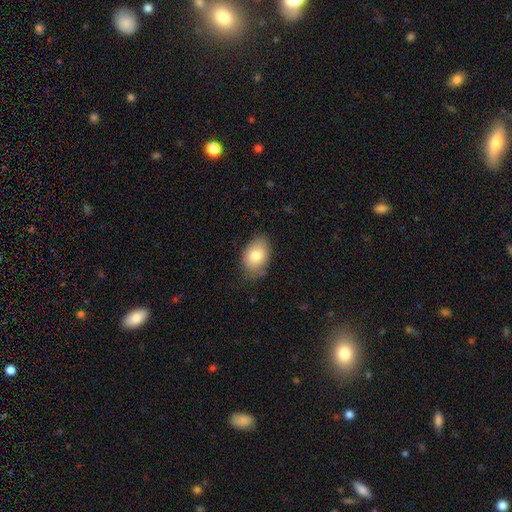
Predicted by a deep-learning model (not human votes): Smooth or featured? Predicted: smooth (p=0.80). How rounded? Predicted: in between (p=0.85). Merging? Predicted: none (p=0.72).